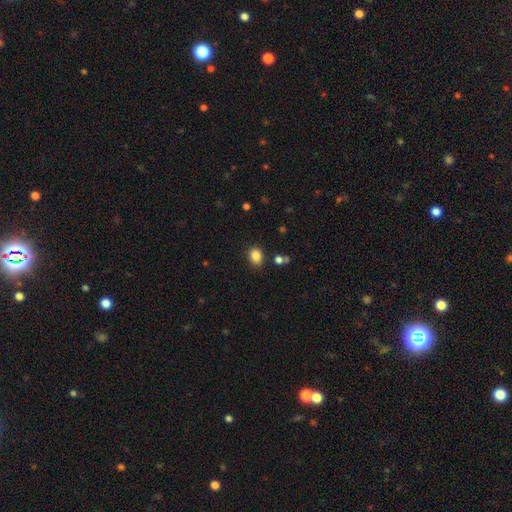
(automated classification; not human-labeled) Smooth or featured?
  - smooth: 85% *
  - star or artifact: 10%
  - featured or disk: 5%
How rounded?
  - in between: 56% *
  - round: 43%
  - cigar-shaped: 1%
Merging?
  - none: 84% *
  - minor disturbance: 10%
  - merger: 3%
  - major disturbance: 3%